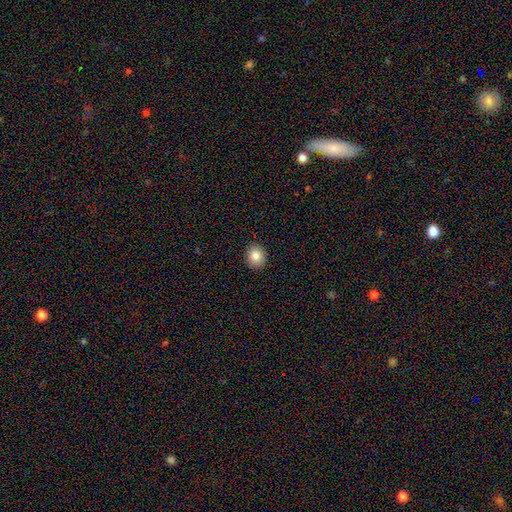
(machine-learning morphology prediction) smooth-or-featured: smooth: 85% | star or artifact: 9% | featured or disk: 6%
  how-rounded: round: 64% | in between: 35% | cigar-shaped: 1%
  merging: none: 91% | minor disturbance: 6% | major disturbance: 2% | merger: 1%